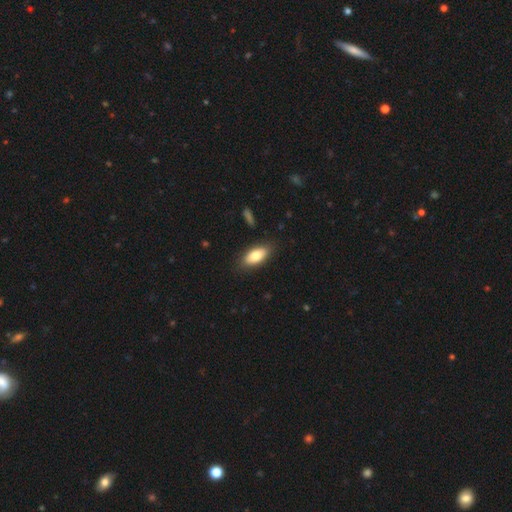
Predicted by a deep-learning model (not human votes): smooth_or_featured: smooth (p=0.79) [alt: featured or disk p=0.15]
how_rounded: in between (p=0.87) [alt: cigar-shaped p=0.10]
merging: none (p=0.85) [alt: minor disturbance p=0.11]